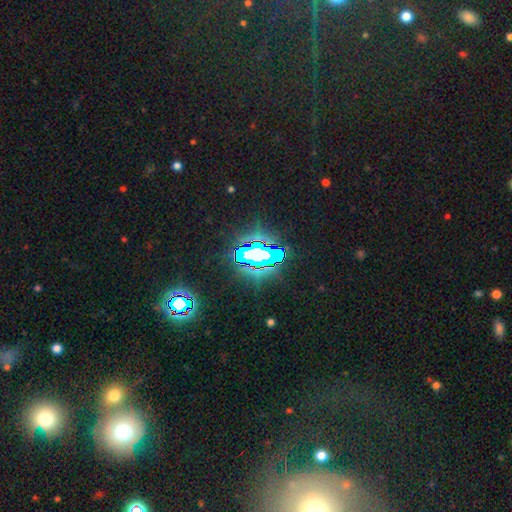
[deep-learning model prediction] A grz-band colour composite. It shows a star or artifact, not a galaxy (71%).